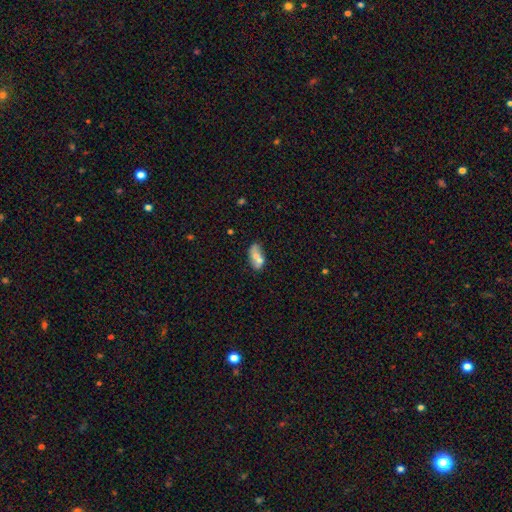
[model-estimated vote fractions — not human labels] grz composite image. It shows a smooth galaxy with no disk features (62%) that is in between round and cigar-shaped (85%). Merging: none (42%).